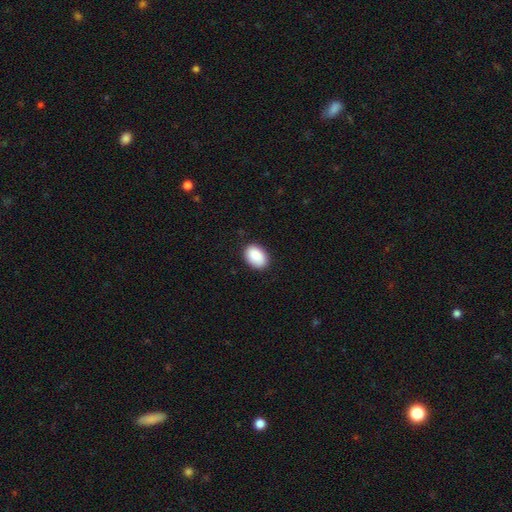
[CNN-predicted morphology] smooth-or-featured: smooth: 90% | star or artifact: 7% | featured or disk: 3%
  how-rounded: in between: 86% | round: 13% | cigar-shaped: 1%
  merging: none: 87% | minor disturbance: 10% | major disturbance: 2% | merger: 1%